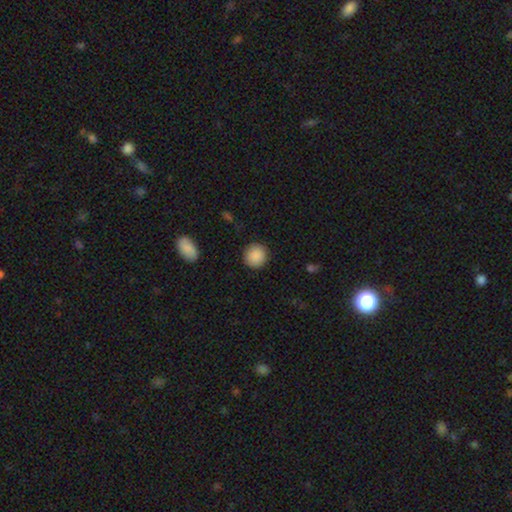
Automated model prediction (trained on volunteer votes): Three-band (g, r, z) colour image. It shows a smooth galaxy with no disk features (89%) that is round (92%). Merging: none (90%).